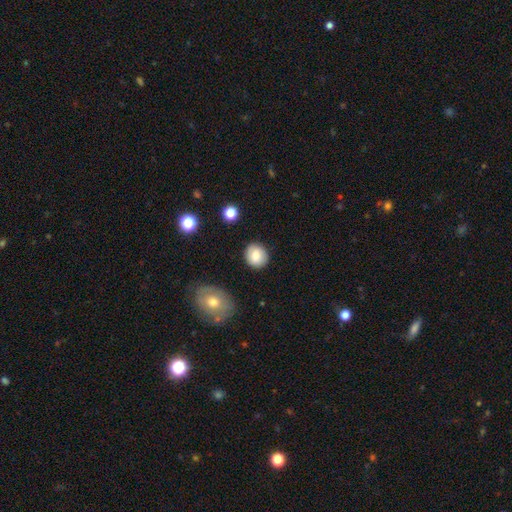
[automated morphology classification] A smooth galaxy with no disk features (81%) that is round (79%).

Vote fractions:
- Smooth or featured? smooth: 81% / featured or disk: 11% / star or artifact: 8%
- How rounded? round: 79% / in between: 20% / cigar-shaped: 1%
- Merging? none: 87% / minor disturbance: 9% / major disturbance: 2% / merger: 2%